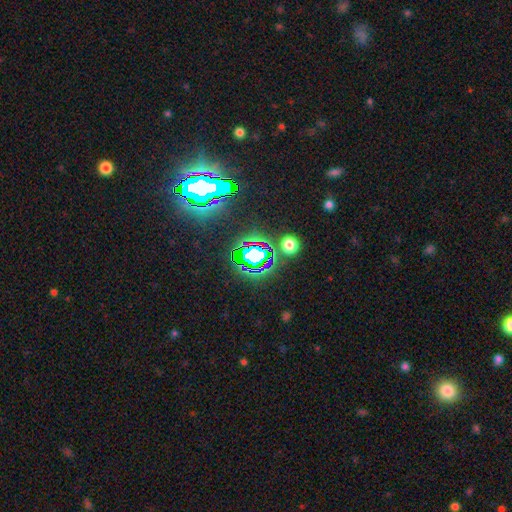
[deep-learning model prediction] Morphology: type=star or artifact (72%).